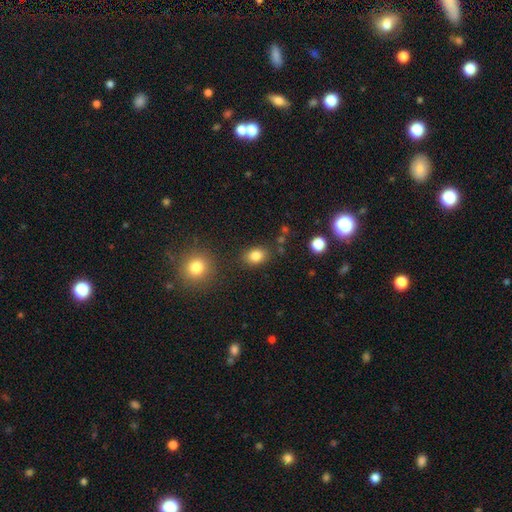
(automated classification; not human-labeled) A smooth galaxy with no disk features (83%) that is in between round and cigar-shaped (64%). Merging: none (82%).